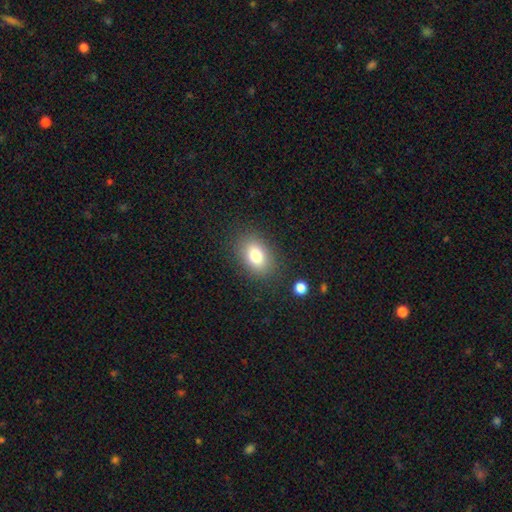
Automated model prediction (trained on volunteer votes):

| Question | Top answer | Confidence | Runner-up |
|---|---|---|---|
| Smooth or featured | smooth | 79% | featured or disk (11%) |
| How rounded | in between | 78% | round (21%) |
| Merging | none | 85% | minor disturbance (10%) |